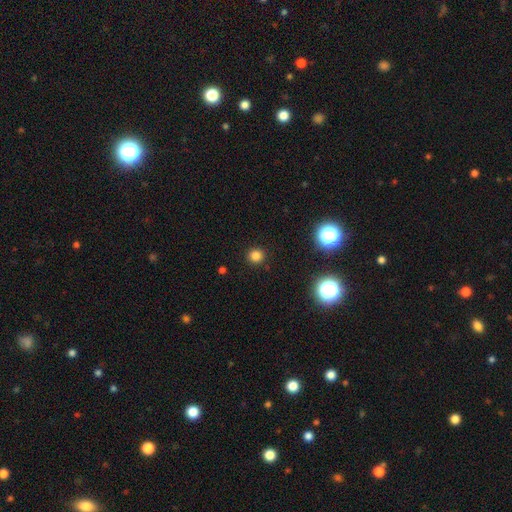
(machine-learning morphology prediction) This is likely a smooth galaxy (79%). How rounded: clearly round (94%). Merging: clearly none (92%).